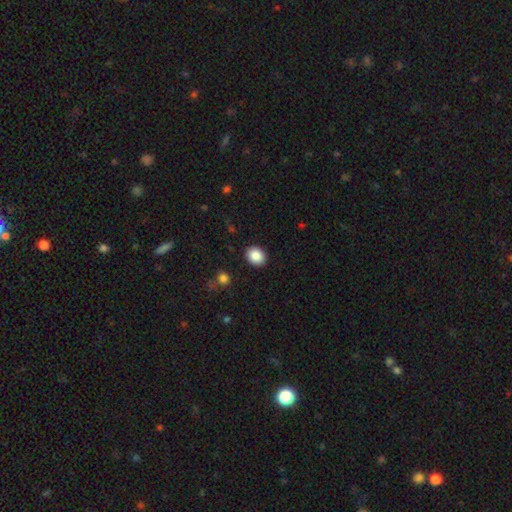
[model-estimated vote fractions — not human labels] Smooth or featured? smooth (87%)
How rounded? round (54%)
Merging? none (89%)